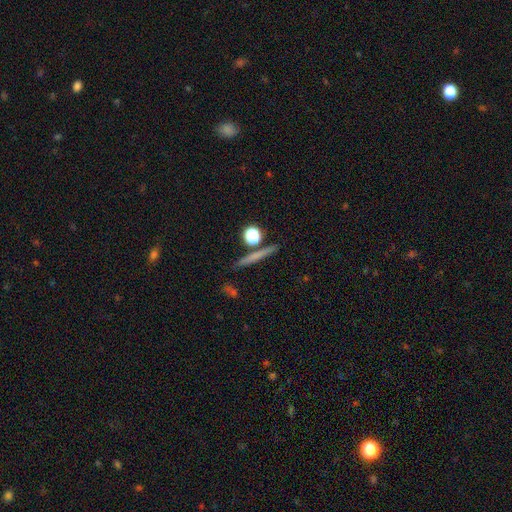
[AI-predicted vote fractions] Smooth or featured? smooth (53%)
How rounded? cigar-shaped (80%)
Merging? none (85%)